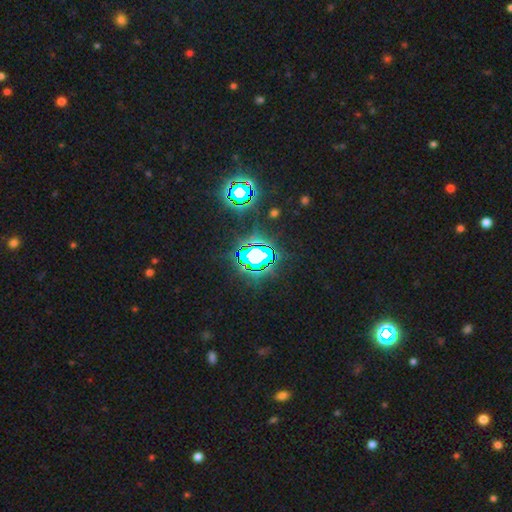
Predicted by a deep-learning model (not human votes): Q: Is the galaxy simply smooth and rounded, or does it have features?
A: star or artifact — 75%.